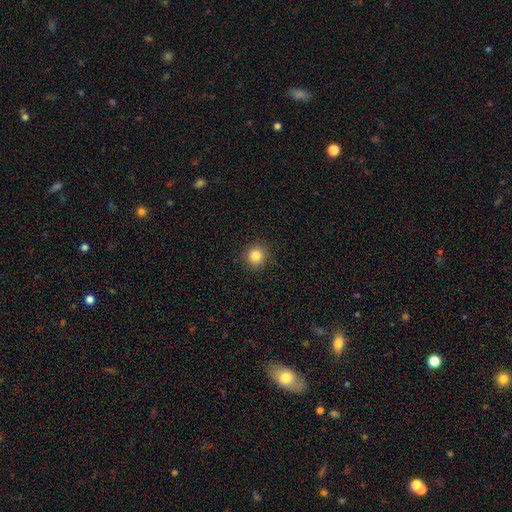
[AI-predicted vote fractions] smooth-or-featured: smooth: 84% | star or artifact: 11% | featured or disk: 5%
  how-rounded: round: 91% | in between: 8% | cigar-shaped: 1%
  merging: none: 90% | minor disturbance: 7% | major disturbance: 2% | merger: 1%